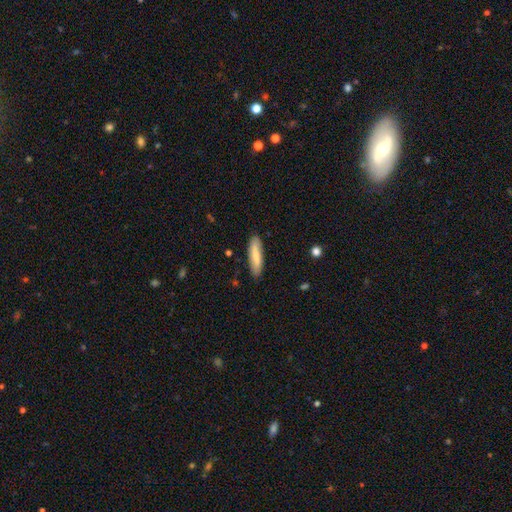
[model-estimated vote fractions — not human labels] smooth 76%, featured or disk 18%, star or artifact 6%. Down the decision tree: how rounded — cigar-shaped (67%); merging — none (85%).